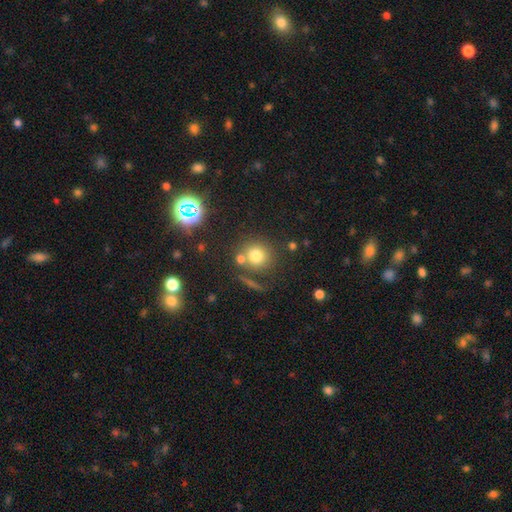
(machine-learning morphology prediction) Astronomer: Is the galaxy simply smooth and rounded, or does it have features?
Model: smooth — 74%.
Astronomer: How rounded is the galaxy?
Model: round — 89%.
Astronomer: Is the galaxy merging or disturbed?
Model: none — 67%.